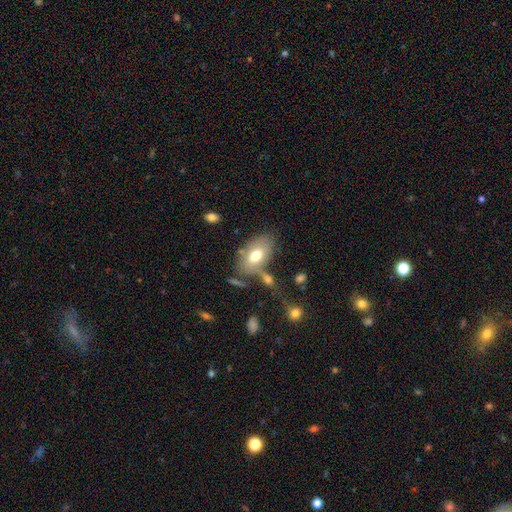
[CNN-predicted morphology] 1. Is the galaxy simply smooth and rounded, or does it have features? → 70% smooth, 22% featured or disk, 8% star or artifact.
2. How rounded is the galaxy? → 90% in between, 8% round, 2% cigar-shaped.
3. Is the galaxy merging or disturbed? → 60% none, 18% minor disturbance, 14% merger, 8% major disturbance.